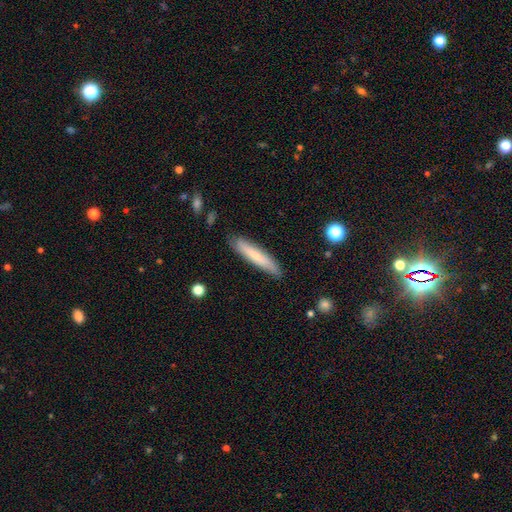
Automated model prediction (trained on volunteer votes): Smooth or featured? smooth (71%)
How rounded? cigar-shaped (91%)
Merging? none (84%)